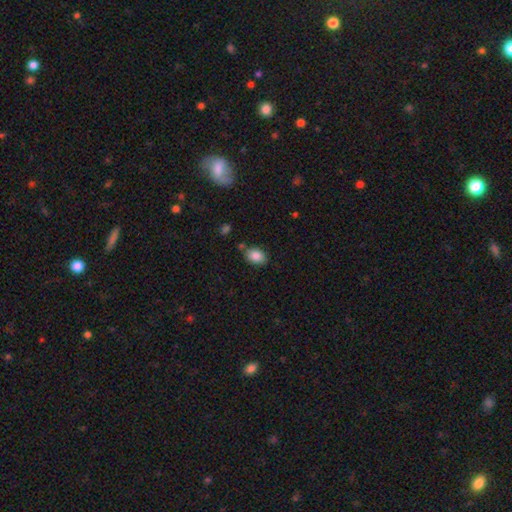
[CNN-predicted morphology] smooth 86%, star or artifact 8%, featured or disk 6%. Down the decision tree: how rounded — in between (76%); merging — none (77%).